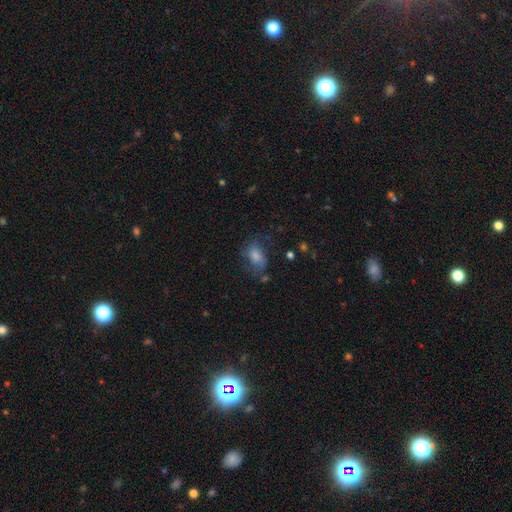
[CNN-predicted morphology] Q: Smooth or featured?
A: smooth (61%); runner-up: featured or disk (29%)
Q: How rounded?
A: in between (80%); runner-up: round (18%)
Q: Merging?
A: none (49%); runner-up: minor disturbance (26%)